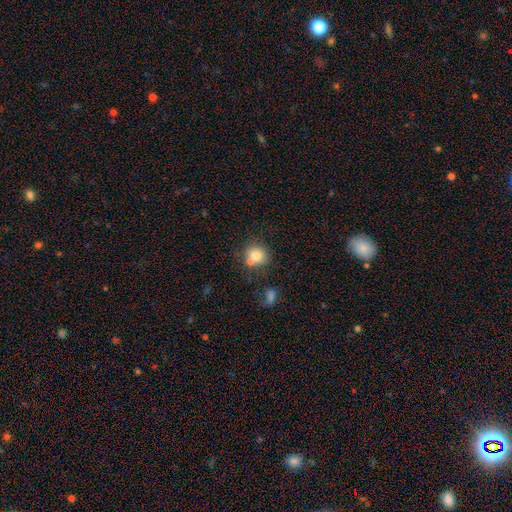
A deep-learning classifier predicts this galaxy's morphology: Overall: smooth (77%). How rounded: round (74%). Merging: none (55%; merger 27%).